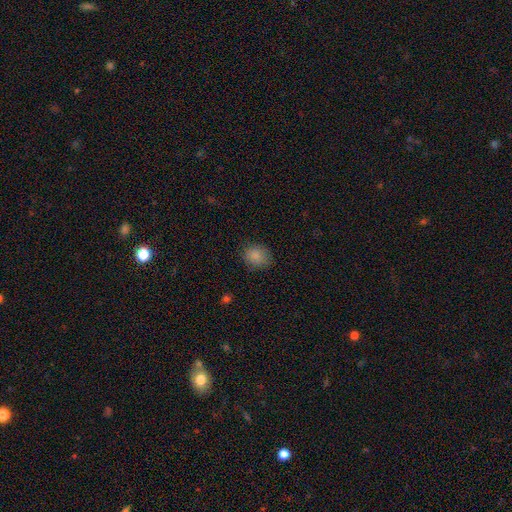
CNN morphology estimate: smooth 86%, star or artifact 9%, featured or disk 5%. Down the decision tree: how rounded — round (68%); merging — none (81%).